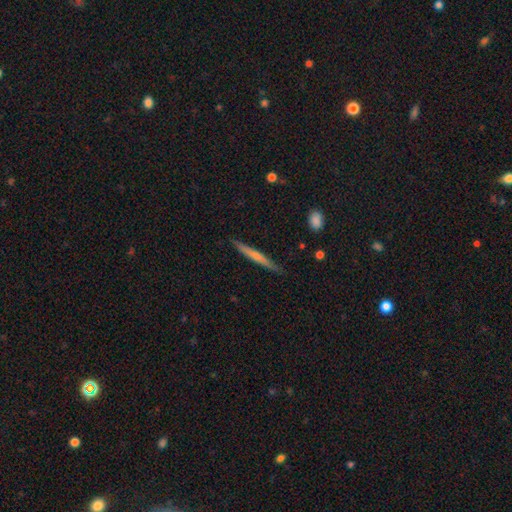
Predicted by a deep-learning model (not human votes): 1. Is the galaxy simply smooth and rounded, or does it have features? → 50% smooth, 44% featured or disk, 6% star or artifact.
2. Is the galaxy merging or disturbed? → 88% none, 9% minor disturbance, 2% major disturbance, 1% merger.